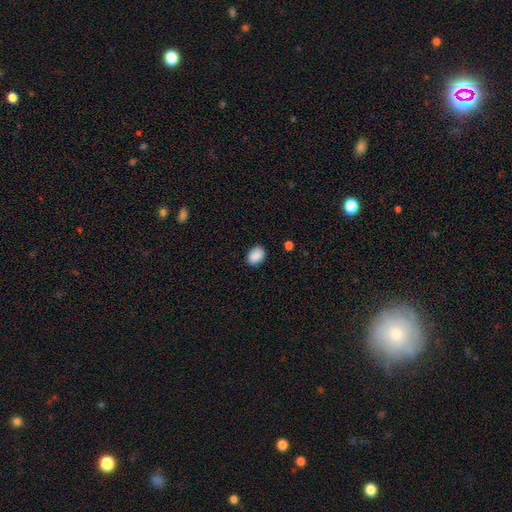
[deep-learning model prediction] Smooth or featured?
  - smooth: 89% *
  - star or artifact: 7%
  - featured or disk: 3%
How rounded?
  - in between: 72% *
  - round: 27%
  - cigar-shaped: 1%
Merging?
  - none: 87% *
  - minor disturbance: 10%
  - major disturbance: 2%
  - merger: 1%